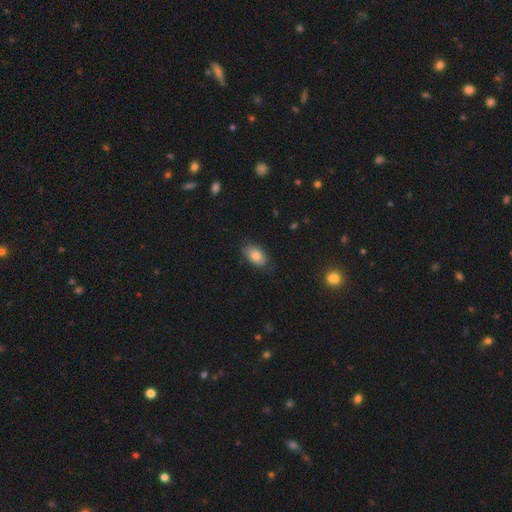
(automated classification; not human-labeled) Morphology: type=smooth (81%); roundness=in between (91%); merging=none (79%).